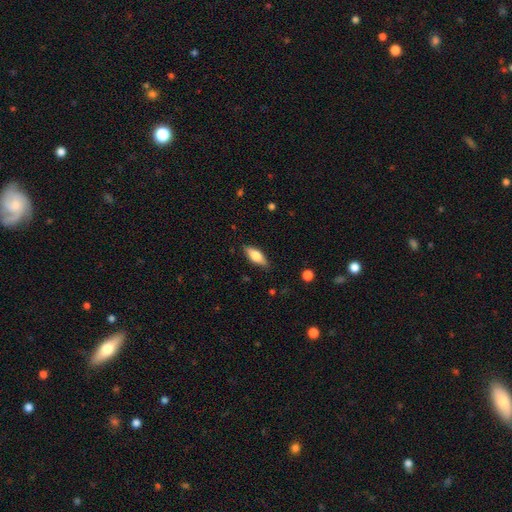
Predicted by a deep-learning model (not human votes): This appears to be a smooth galaxy with no disk features (64%) that is in between round and cigar-shaped (71%). Merging: none (85%).